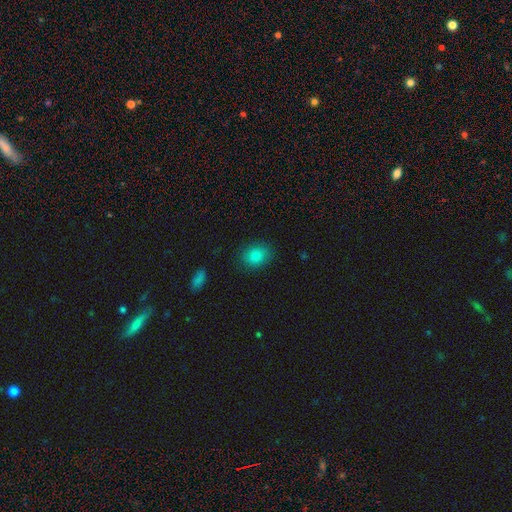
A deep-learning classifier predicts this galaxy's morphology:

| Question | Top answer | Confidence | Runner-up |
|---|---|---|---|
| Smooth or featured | smooth | 83% | star or artifact (10%) |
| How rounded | round | 53% | in between (46%) |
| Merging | none | 85% | minor disturbance (10%) |